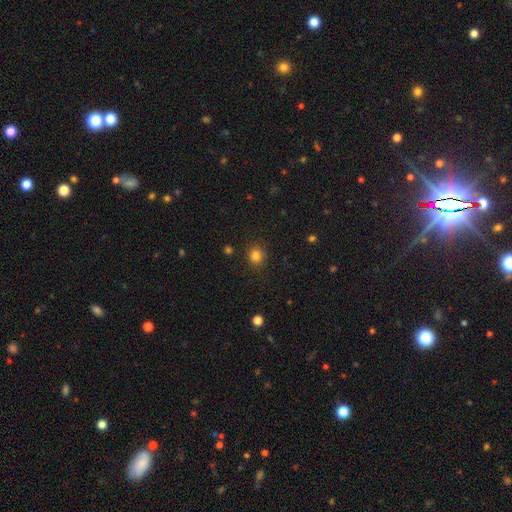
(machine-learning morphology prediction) This is clearly a smooth galaxy (82%). How rounded: clearly round (85%). Merging: clearly none (87%).